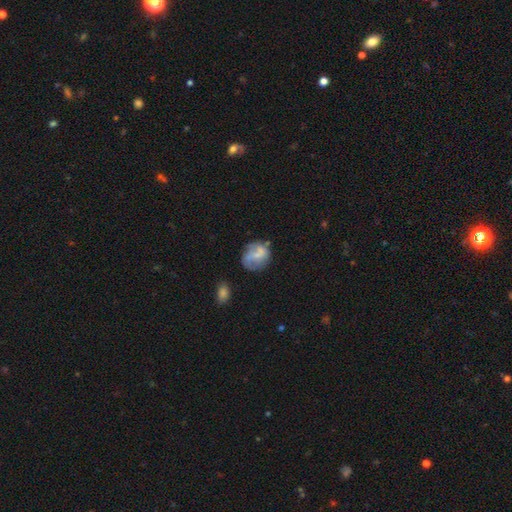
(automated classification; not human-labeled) Q: Smooth or featured?
A: smooth (50%); runner-up: featured or disk (42%)
Q: Merging?
A: none (52%); runner-up: minor disturbance (25%)